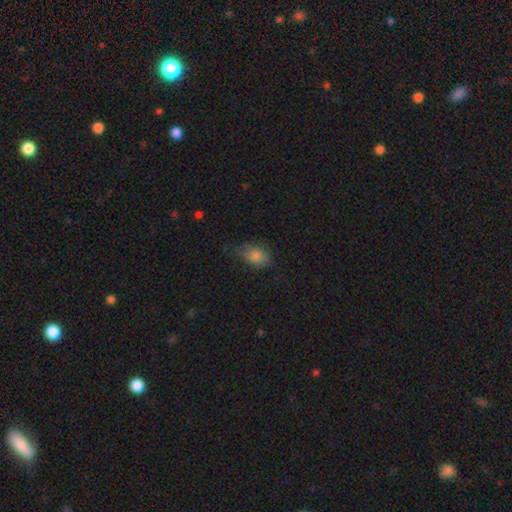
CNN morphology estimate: The model was most divided on "merging": none: 58%, minor disturbance: 32%, major disturbance: 8%, merger: 1%. More confident: smooth or featured — smooth (80%); how rounded — in between (75%).